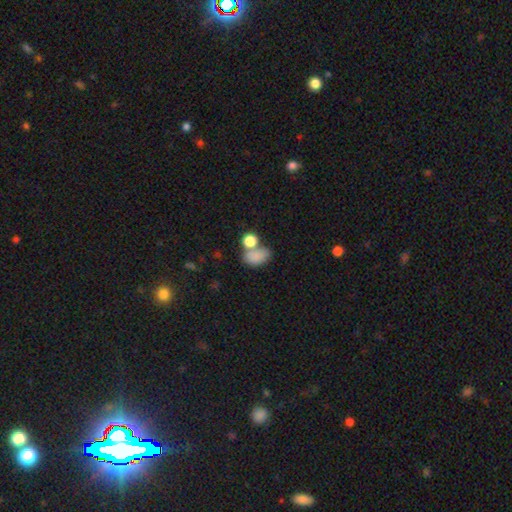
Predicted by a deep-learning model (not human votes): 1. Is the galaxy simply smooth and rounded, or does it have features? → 80% smooth, 11% star or artifact, 9% featured or disk.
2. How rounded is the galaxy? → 79% in between, 20% round, 2% cigar-shaped.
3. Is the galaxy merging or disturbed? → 43% none, 31% merger, 17% minor disturbance, 9% major disturbance.